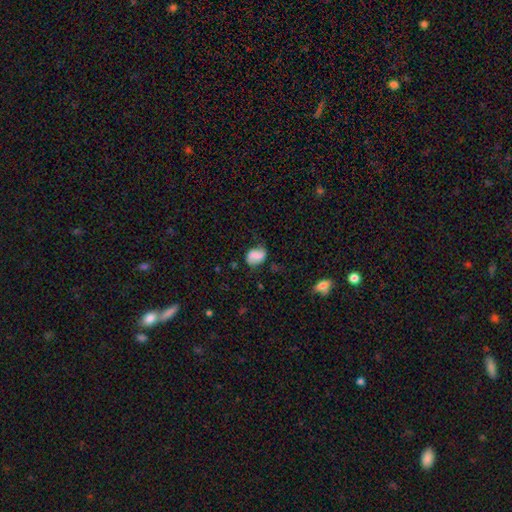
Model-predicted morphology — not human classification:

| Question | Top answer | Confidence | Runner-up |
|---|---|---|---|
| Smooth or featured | smooth | 55% | featured or disk (35%) |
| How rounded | in between | 69% | round (29%) |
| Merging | none | 57% | minor disturbance (28%) |